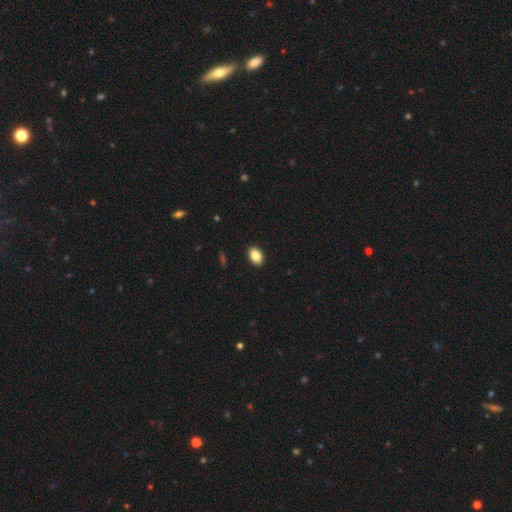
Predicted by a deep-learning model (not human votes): Q: Smooth or featured?
A: smooth (86%); runner-up: star or artifact (8%)
Q: How rounded?
A: in between (84%); runner-up: round (15%)
Q: Merging?
A: none (91%); runner-up: minor disturbance (7%)